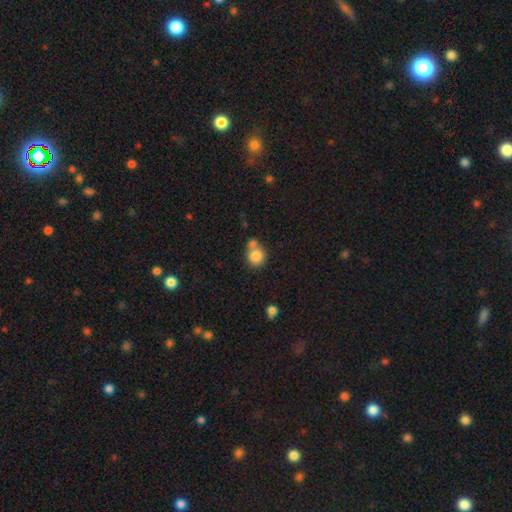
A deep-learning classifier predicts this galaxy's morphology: The model was most divided on "merging": none: 46%, merger: 39%, minor disturbance: 11%, major disturbance: 4%. More confident: how rounded — round (84%); smooth or featured — smooth (83%).